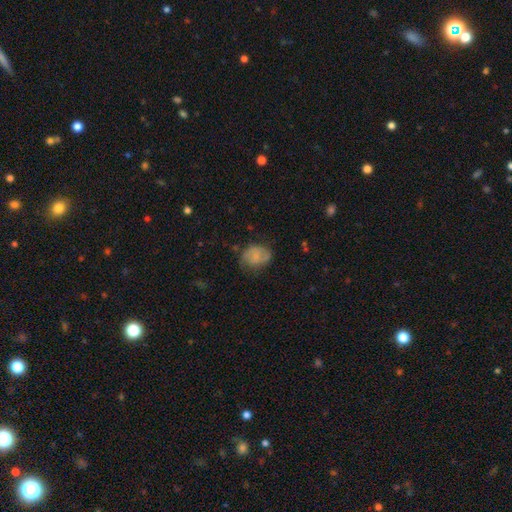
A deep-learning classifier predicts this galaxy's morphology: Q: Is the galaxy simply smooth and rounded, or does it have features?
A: smooth — 59%.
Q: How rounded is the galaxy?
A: in between — 51%.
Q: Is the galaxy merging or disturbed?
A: none — 57%.